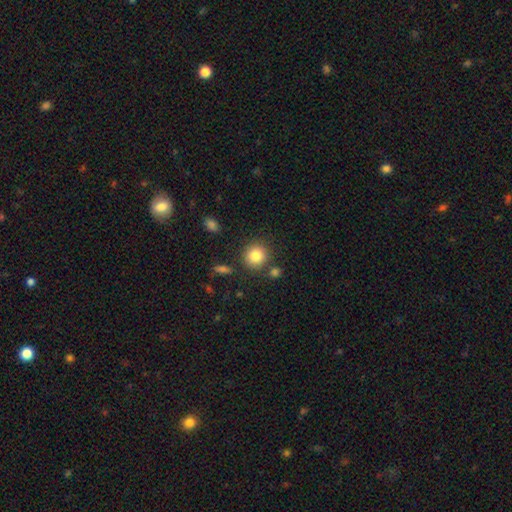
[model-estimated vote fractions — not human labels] Q: Smooth or featured?
A: smooth (84%); runner-up: star or artifact (9%)
Q: How rounded?
A: round (89%); runner-up: in between (10%)
Q: Merging?
A: none (82%); runner-up: minor disturbance (8%)